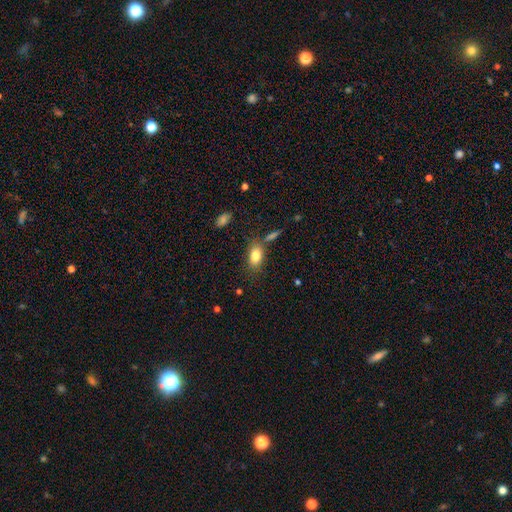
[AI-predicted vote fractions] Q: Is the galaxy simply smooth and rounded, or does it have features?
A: smooth — 81%.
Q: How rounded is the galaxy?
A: in between — 86%.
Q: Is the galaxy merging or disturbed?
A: none — 73%.